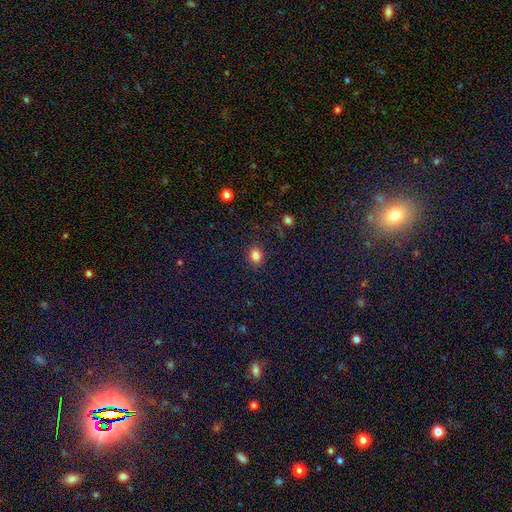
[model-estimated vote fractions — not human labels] Overall: smooth (83%). How rounded: round (55%; in between 44%). Merging: none (86%).